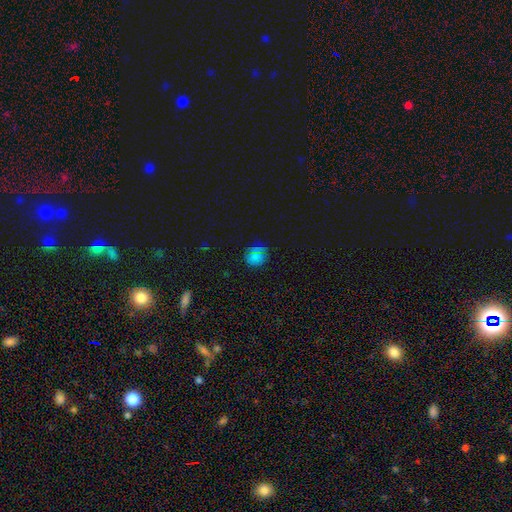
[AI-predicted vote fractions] The model was most divided on "smooth or featured": smooth: 67%, star or artifact: 26%, featured or disk: 7%. More confident: how rounded — round (84%); merging — none (81%).